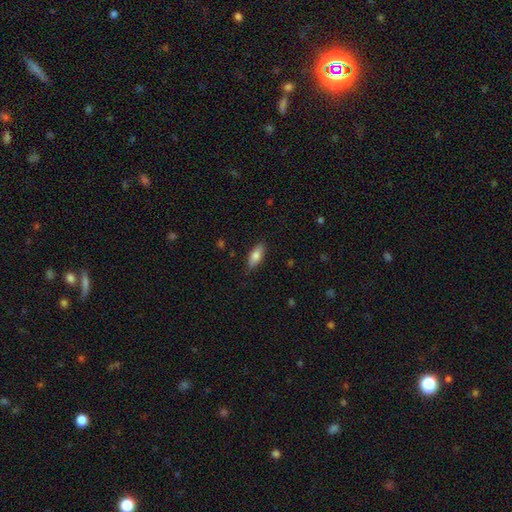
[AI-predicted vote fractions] smooth 79%, featured or disk 14%, star or artifact 6%. Down the decision tree: how rounded — in between (80%); merging — none (86%).